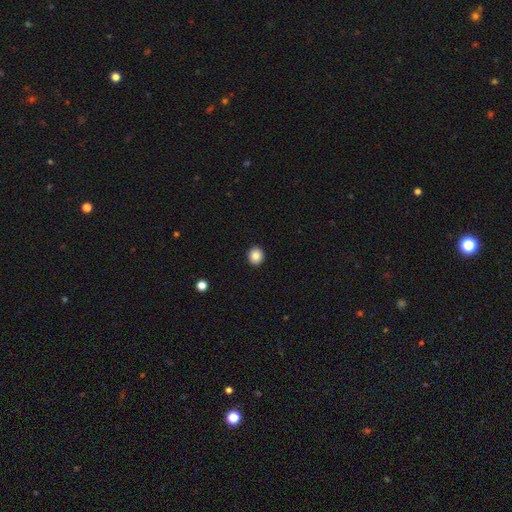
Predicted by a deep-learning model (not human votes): Morphology: type=smooth (87%); roundness=round (83%); merging=none (93%).